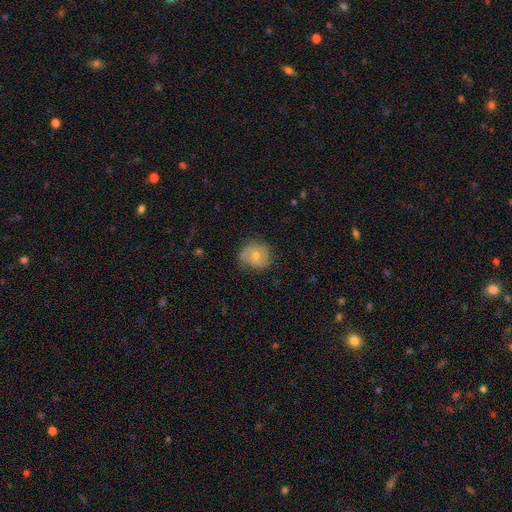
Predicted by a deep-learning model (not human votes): smooth_or_featured: featured or disk (p=0.48) [alt: smooth p=0.43]
merging: none (p=0.67) [alt: minor disturbance p=0.24]